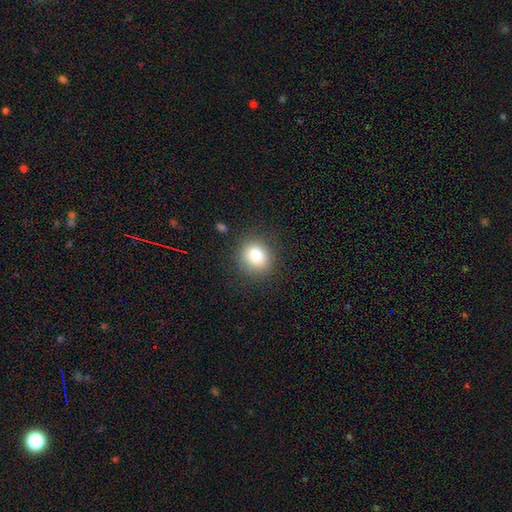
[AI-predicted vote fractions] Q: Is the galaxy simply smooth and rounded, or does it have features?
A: smooth — 83%.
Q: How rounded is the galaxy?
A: round — 76%.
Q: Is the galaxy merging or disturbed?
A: none — 85%.